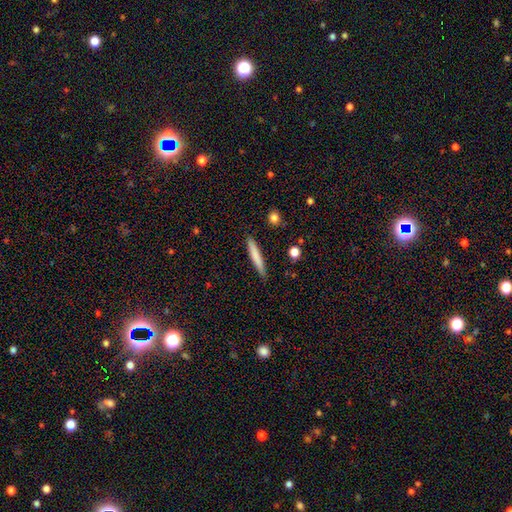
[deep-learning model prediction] Morphology: type=smooth (74%); roundness=cigar-shaped (95%); merging=none (88%).